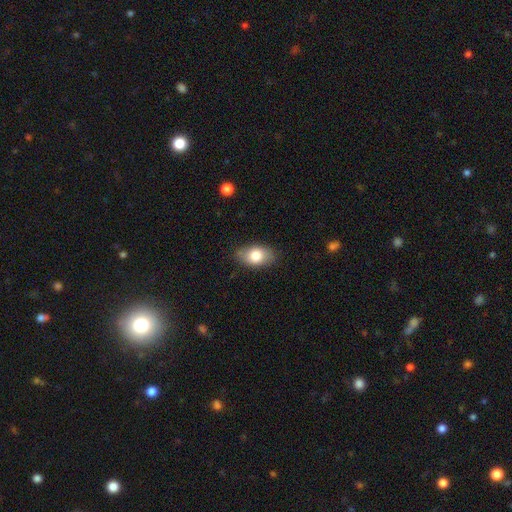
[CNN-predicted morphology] This is likely a smooth galaxy (80%). How rounded: clearly in between (89%). Merging: clearly none (82%).